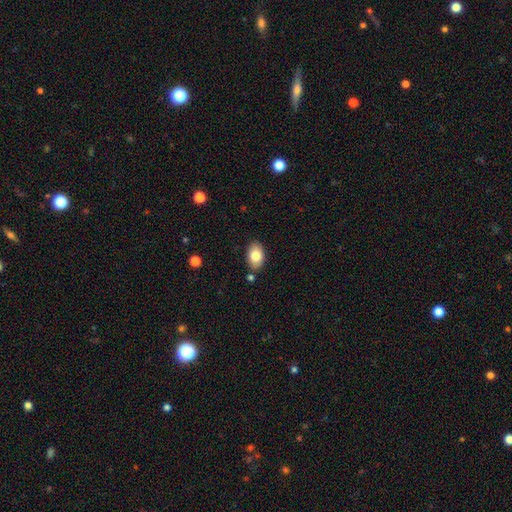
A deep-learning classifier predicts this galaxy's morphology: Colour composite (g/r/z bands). It shows a smooth galaxy with no disk features (80%) that is in between round and cigar-shaped (90%). Merging: none (83%).